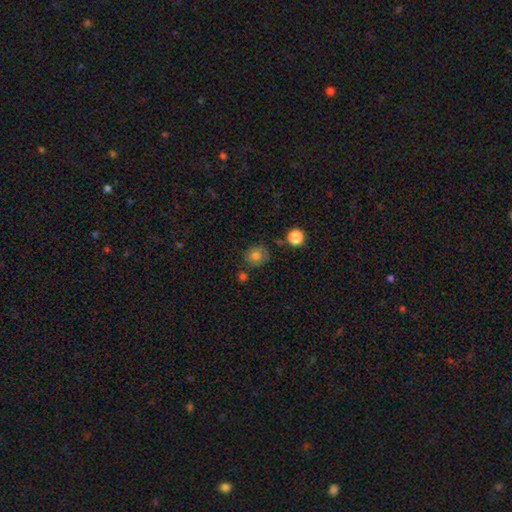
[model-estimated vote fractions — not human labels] Morphology: type=smooth (78%); roundness=round (80%); merging=none (73%).